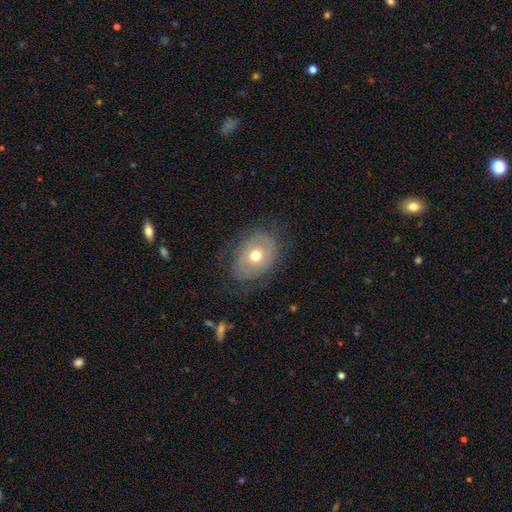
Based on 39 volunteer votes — Morphology: type=featured or disk (46%); edge-on=no (89%); bar=no (94%); spiral arms=no (69%); bulge=moderate (75%); merging=none (77%).